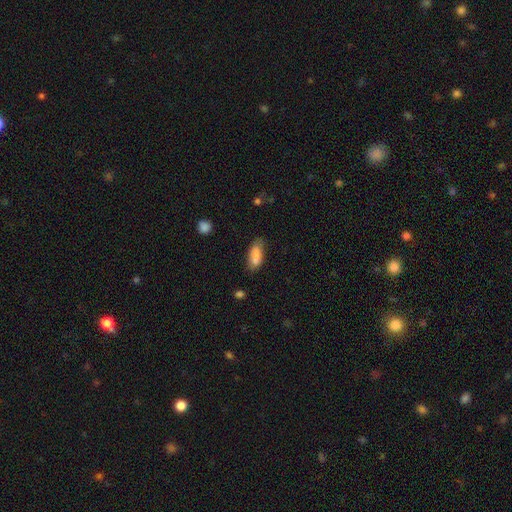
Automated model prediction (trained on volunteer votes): Smooth or featured? smooth (83%)
How rounded? in between (77%)
Merging? none (64%)